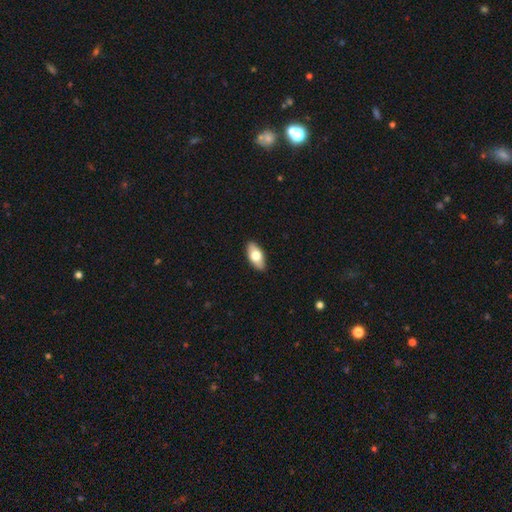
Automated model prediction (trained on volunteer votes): Overall: smooth (69%). How rounded: in between (88%). Merging: none (90%).